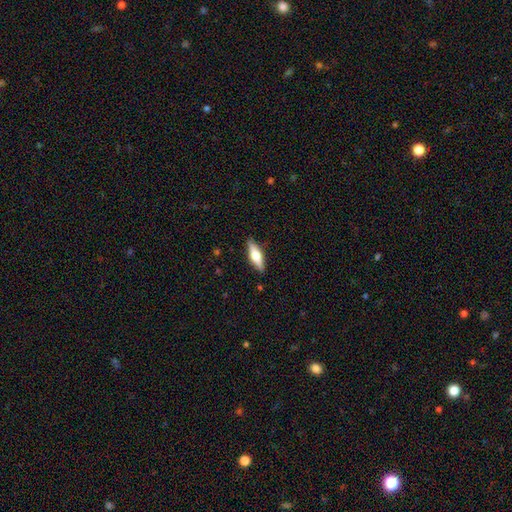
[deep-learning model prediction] Overall: featured or disk (50%; smooth 44%). Edge-on disk: yes (93%). Merging: none (88%).